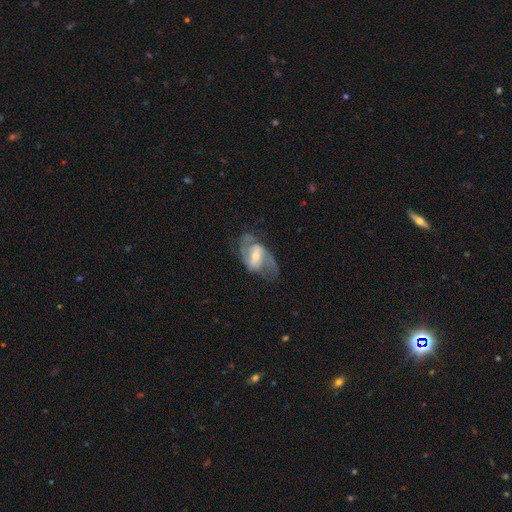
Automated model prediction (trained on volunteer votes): Overall: featured or disk (83%). Edge-on disk: no (96%). Bar: weak (48%; strong 29%). Spiral arms: yes (92%). Spiral arm count: 2 (79%). Spiral winding: medium (52%; loose 26%). Bulge size: moderate (51%; small 42%). Merging: none (62%).